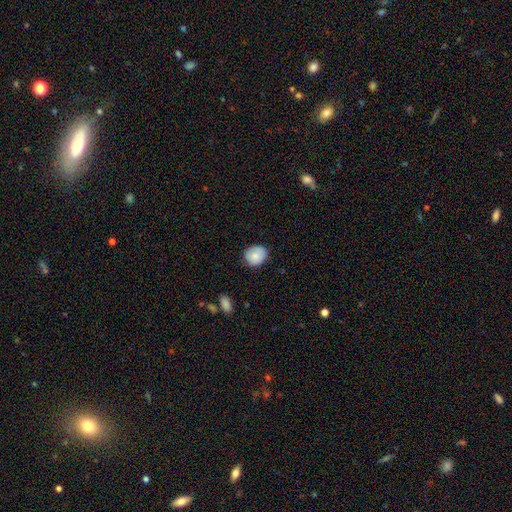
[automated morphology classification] smooth 81%, featured or disk 12%, star or artifact 7%. Down the decision tree: how rounded — round (70%); merging — none (78%).